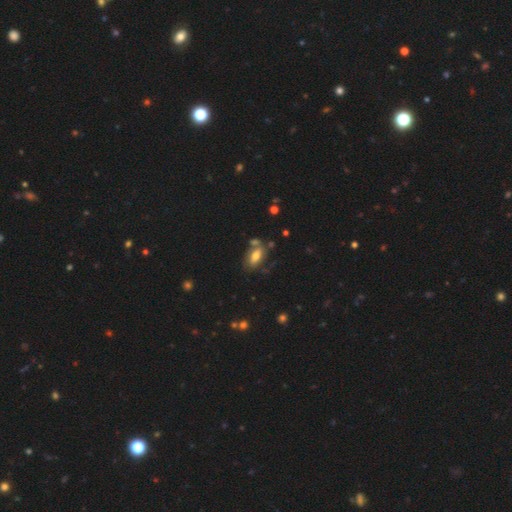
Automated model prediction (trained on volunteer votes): This is likely a smooth galaxy (69%). How rounded: clearly in between (87%). Merging: possibly none (54%).